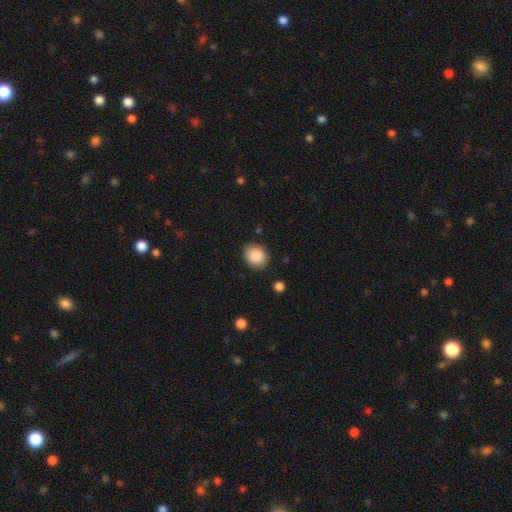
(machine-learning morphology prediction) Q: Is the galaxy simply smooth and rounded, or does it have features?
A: smooth — 88%.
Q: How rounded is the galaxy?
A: round — 67%.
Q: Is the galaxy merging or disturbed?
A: none — 86%.